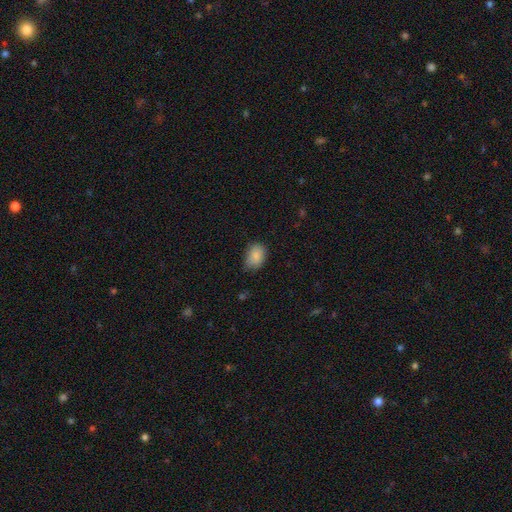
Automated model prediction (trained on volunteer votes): Smooth or featured: smooth — 87% (star or artifact — 8%)
How rounded: in between — 77% (round — 21%)
Merging: none — 70% (minor disturbance — 25%)